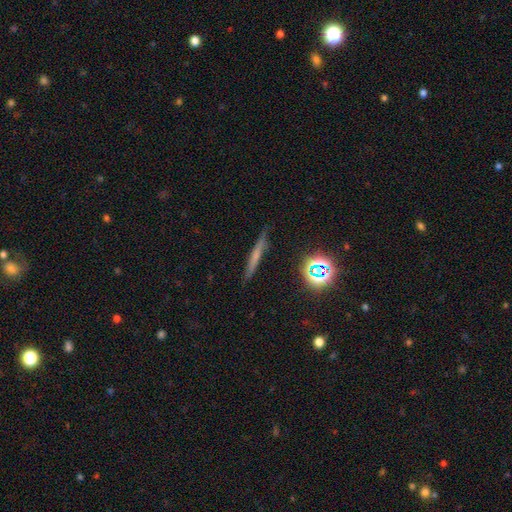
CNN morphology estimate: This is possibly a smooth galaxy (47%). Merging: clearly none (86%).